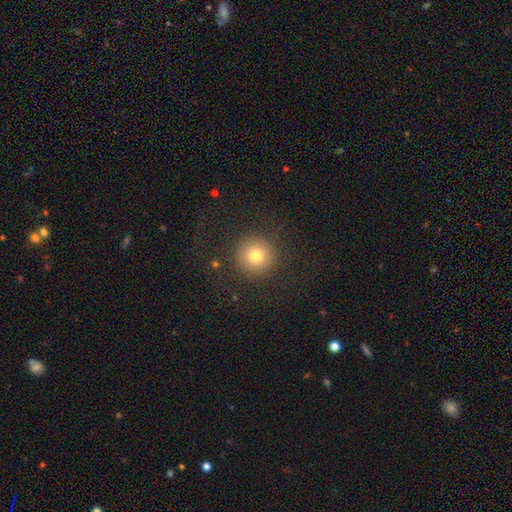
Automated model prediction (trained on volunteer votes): smooth_or_featured: smooth (p=0.77) [alt: star or artifact p=0.13]
how_rounded: round (p=0.95) [alt: in between p=0.04]
merging: none (p=0.90) [alt: minor disturbance p=0.06]